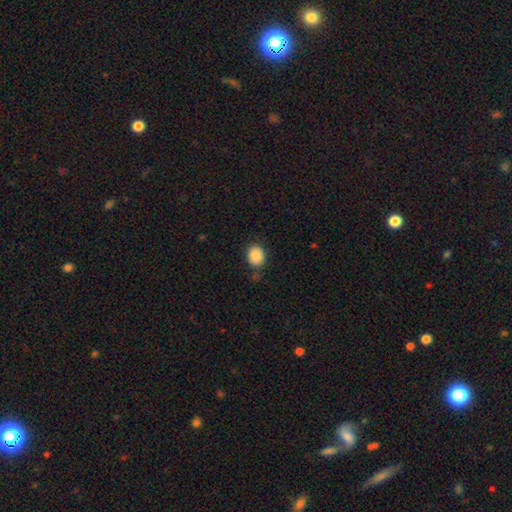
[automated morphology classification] A smooth galaxy with no disk features (89%) that is round (59%).

Vote fractions:
- Smooth or featured? smooth: 89% / star or artifact: 8% / featured or disk: 3%
- How rounded? round: 59% / in between: 40% / cigar-shaped: 1%
- Merging? none: 80% / minor disturbance: 13% / major disturbance: 4% / merger: 3%